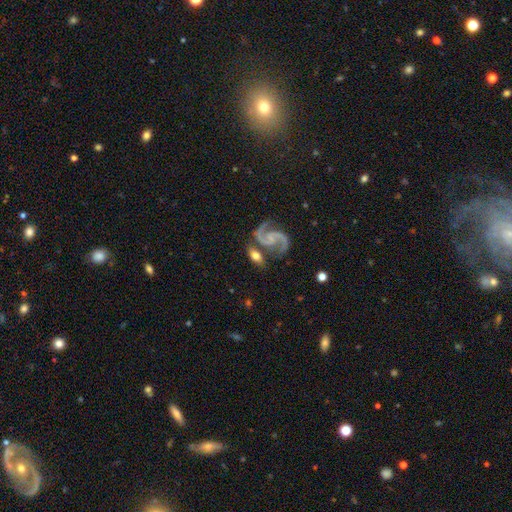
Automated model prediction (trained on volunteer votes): Smooth or featured: featured or disk — 72% (smooth — 22%)
Edge-on disk: no — 95% (yes — 5%)
Bar: no — 57% (weak — 33%)
Spiral arms: yes — 94% (no — 6%)
Spiral winding: medium — 49% (loose — 38%)
Spiral arm count: 2 — 92% (can't tell — 2%)
Bulge size: small — 59% (moderate — 20%)
Merging: none — 60% (merger — 17%)